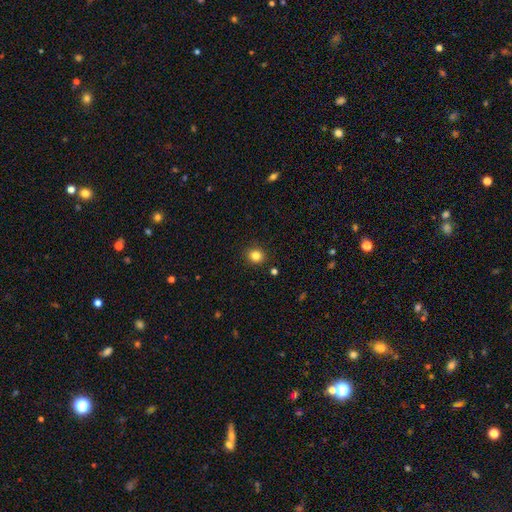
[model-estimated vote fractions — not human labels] This is clearly a smooth galaxy (83%). How rounded: likely round (79%). Merging: clearly none (90%).